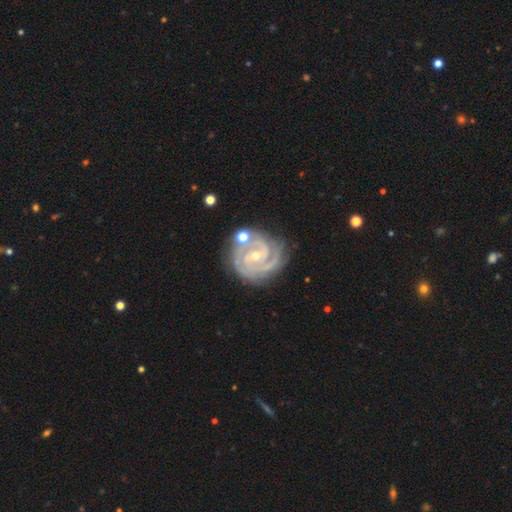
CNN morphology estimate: Smooth or featured? Predicted: featured or disk (p=0.91). Edge-on disk? Predicted: no (p=0.98). Bar? Predicted: no (p=0.51). Spiral arms? Predicted: yes (p=0.98). Spiral winding? Predicted: tight (p=0.75). Spiral arm count? Predicted: 2 (p=0.42). Bulge size? Predicted: small (p=0.66). Merging? Predicted: none (p=0.69).